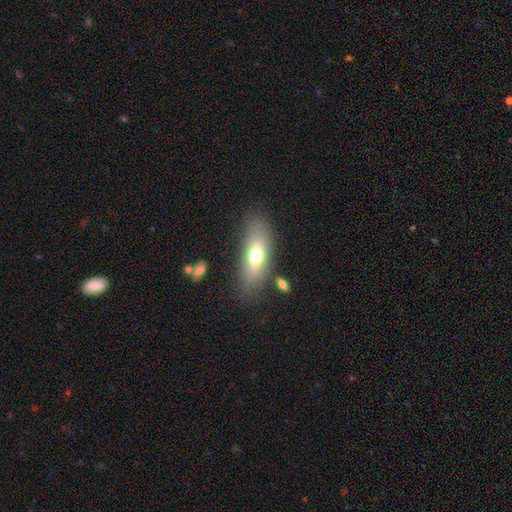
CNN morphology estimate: Q: Smooth or featured?
A: smooth (67%); runner-up: featured or disk (25%)
Q: How rounded?
A: in between (71%); runner-up: cigar-shaped (26%)
Q: Merging?
A: none (77%); runner-up: minor disturbance (13%)